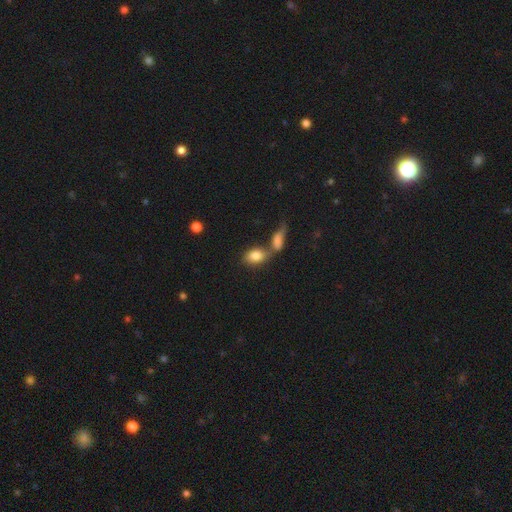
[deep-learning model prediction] smooth-or-featured: smooth: 82% | featured or disk: 10% | star or artifact: 8%
  how-rounded: in between: 85% | round: 12% | cigar-shaped: 3%
  merging: merger: 47% | none: 37% | minor disturbance: 10% | major disturbance: 6%